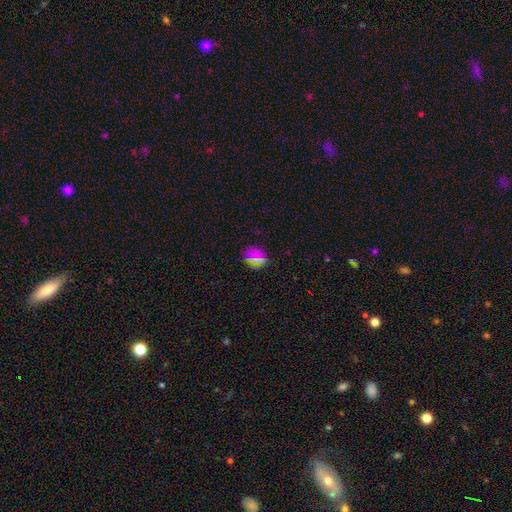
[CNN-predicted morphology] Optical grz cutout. It shows a smooth galaxy with no disk features (69%) that is round (59%). Merging: none (84%).